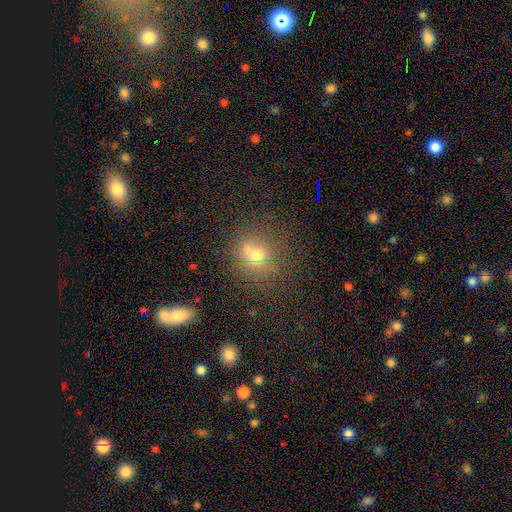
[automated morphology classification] Overall: smooth (58%; star or artifact 26%). How rounded: round (82%). Merging: none (64%).